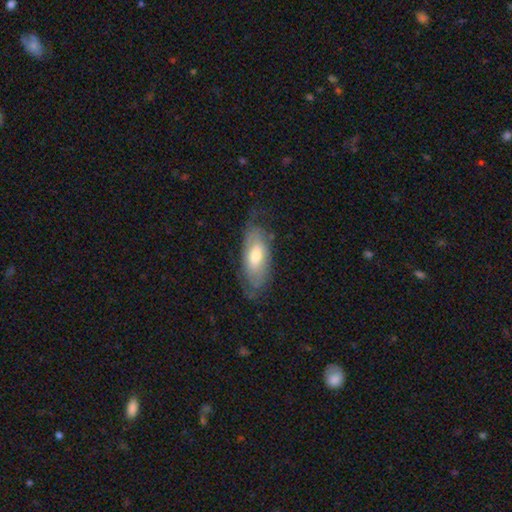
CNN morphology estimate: The model was most divided on "smooth or featured": featured or disk: 48%, smooth: 46%, star or artifact: 6%. More confident: merging — none (65%).